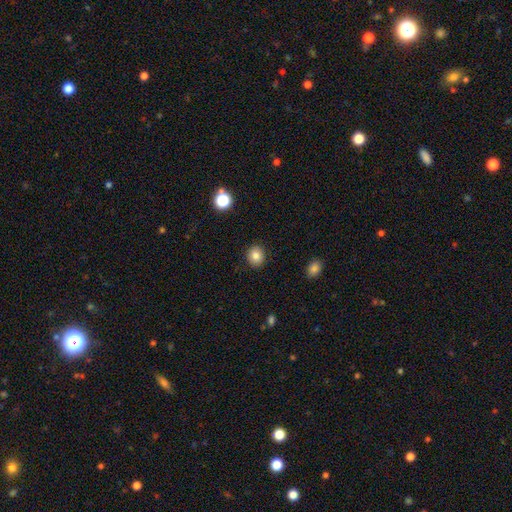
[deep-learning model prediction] Smooth or featured? smooth (83%)
How rounded? round (78%)
Merging? none (90%)